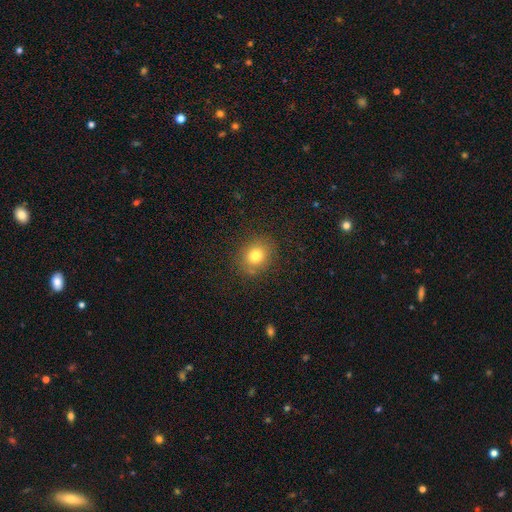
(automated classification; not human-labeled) smooth 77%, star or artifact 14%, featured or disk 9%. Down the decision tree: how rounded — round (74%); merging — none (84%).